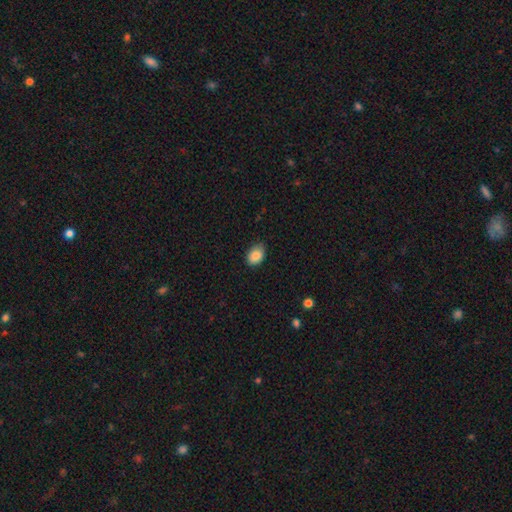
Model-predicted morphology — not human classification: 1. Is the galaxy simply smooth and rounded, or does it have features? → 86% smooth, 8% star or artifact, 7% featured or disk.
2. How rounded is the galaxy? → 77% in between, 22% round, 1% cigar-shaped.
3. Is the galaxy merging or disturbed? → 77% none, 20% minor disturbance, 3% major disturbance, 1% merger.